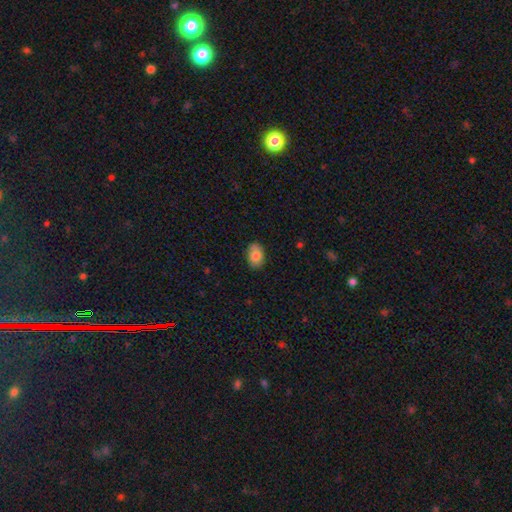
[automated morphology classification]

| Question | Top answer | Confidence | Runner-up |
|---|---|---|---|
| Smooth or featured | smooth | 78% | featured or disk (15%) |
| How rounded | in between | 81% | round (18%) |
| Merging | none | 80% | minor disturbance (16%) |